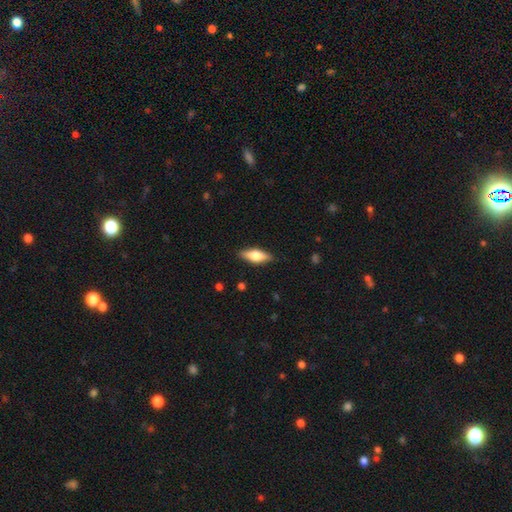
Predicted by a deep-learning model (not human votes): Overall: smooth (62%; featured or disk 32%). How rounded: in between (68%; cigar-shaped 29%). Merging: none (87%).